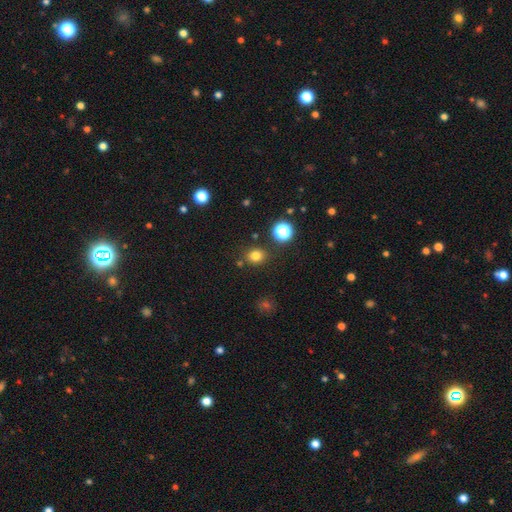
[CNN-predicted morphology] This is likely a smooth galaxy (78%). How rounded: likely round (71%). Merging: clearly none (83%).